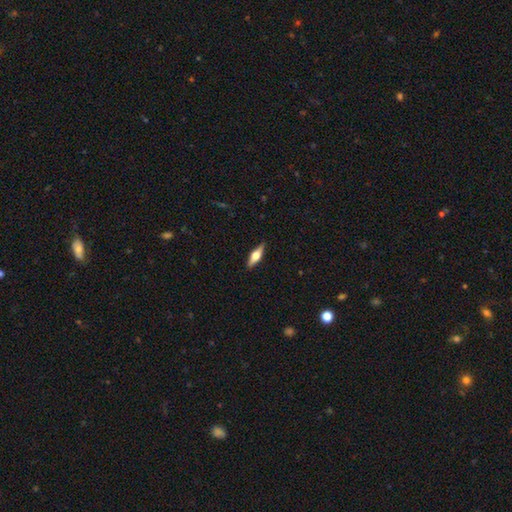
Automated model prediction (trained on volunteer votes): This is possibly a featured or disk galaxy (56%). It is clearly viewed edge-on (95%). Edge-on bulge: clearly rounded (94%). Merging: clearly none (89%).